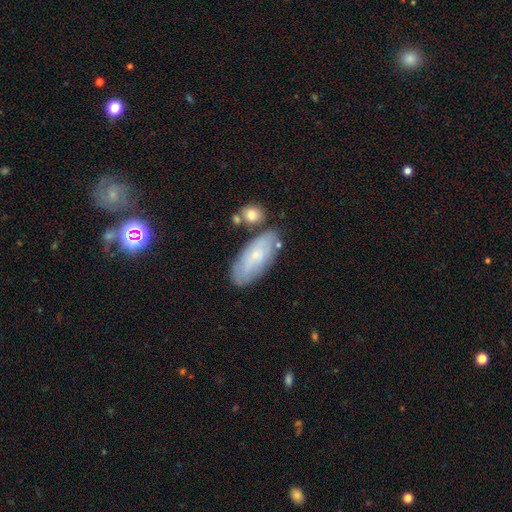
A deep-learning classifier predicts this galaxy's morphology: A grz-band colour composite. It shows a smooth galaxy with no disk features (51%) that is in between round and cigar-shaped (86%). Merging: none (69%).